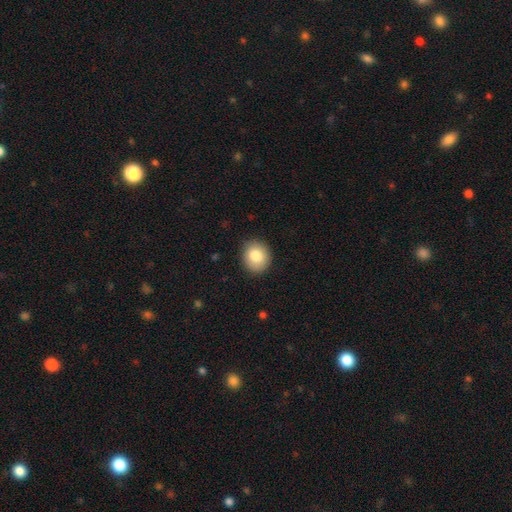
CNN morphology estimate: This appears to be a smooth galaxy with no disk features (83%) that is round (71%). Merging: none (88%).